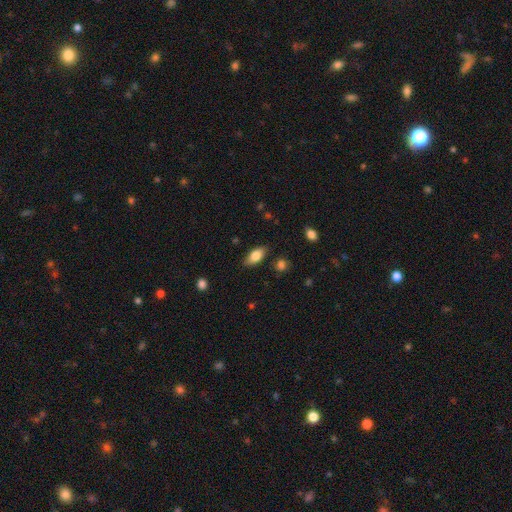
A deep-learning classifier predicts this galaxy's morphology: Smooth or featured? Predicted: smooth (p=0.81). How rounded? Predicted: in between (p=0.89). Merging? Predicted: none (p=0.84).